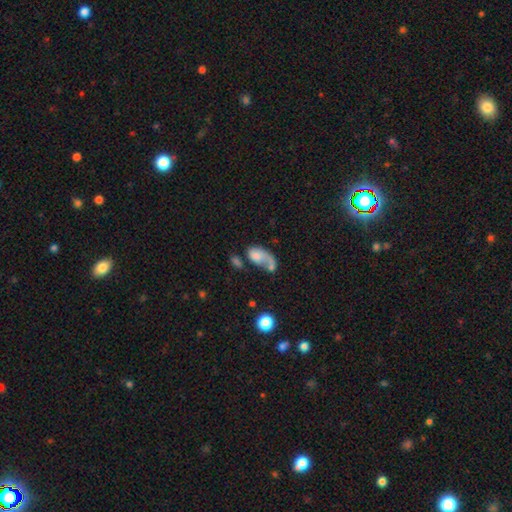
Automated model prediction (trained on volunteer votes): This appears to be a smooth galaxy with no disk features (53%) that is in between round and cigar-shaped (86%). Merging: major disturbance (34%).